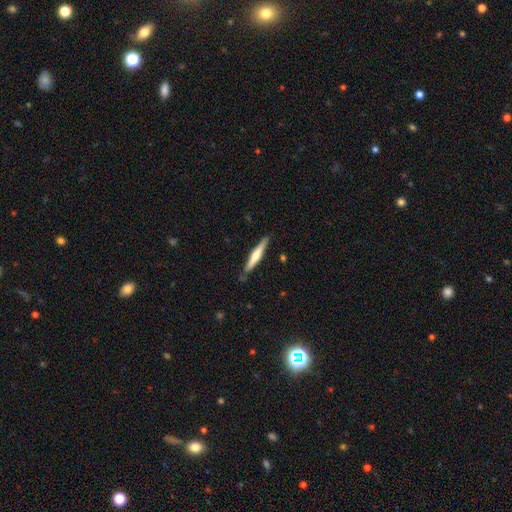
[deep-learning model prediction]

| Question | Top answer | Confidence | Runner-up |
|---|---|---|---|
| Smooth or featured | smooth | 48% | featured or disk (47%) |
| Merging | none | 84% | minor disturbance (12%) |